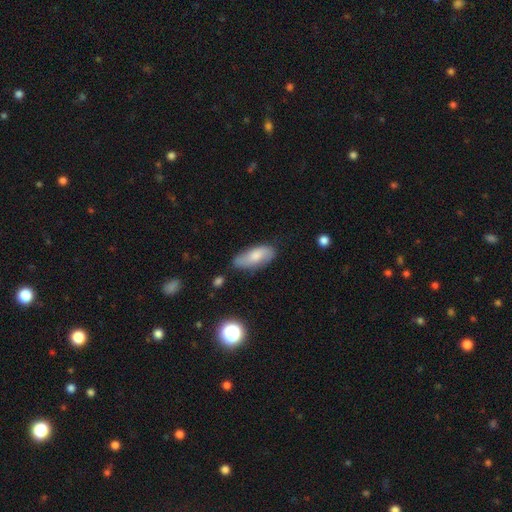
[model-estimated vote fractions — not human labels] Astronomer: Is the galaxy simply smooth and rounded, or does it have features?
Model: smooth — 68%.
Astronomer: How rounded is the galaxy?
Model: in between — 82%.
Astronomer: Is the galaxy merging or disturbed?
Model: none — 68%.